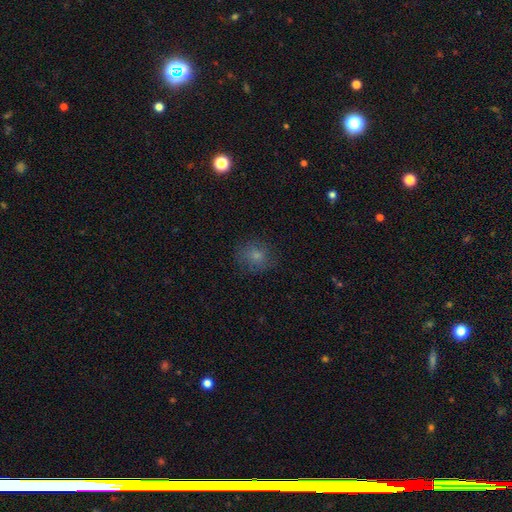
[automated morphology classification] Smooth or featured: smooth — 76% (star or artifact — 12%)
How rounded: round — 76% (in between — 23%)
Merging: none — 77% (minor disturbance — 16%)